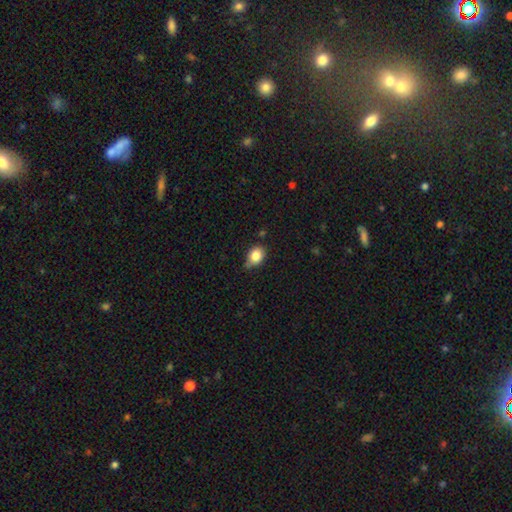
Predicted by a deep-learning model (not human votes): A smooth galaxy with no disk features (84%) that is in between round and cigar-shaped (60%). Merging: none (62%).